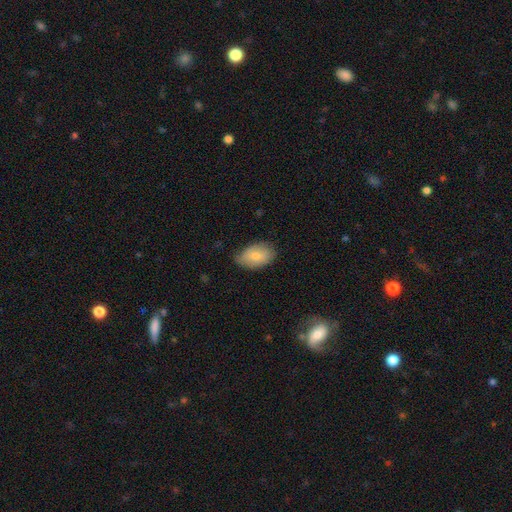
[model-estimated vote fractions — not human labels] This is likely a smooth galaxy (77%). How rounded: clearly in between (90%). Merging: likely none (69%).